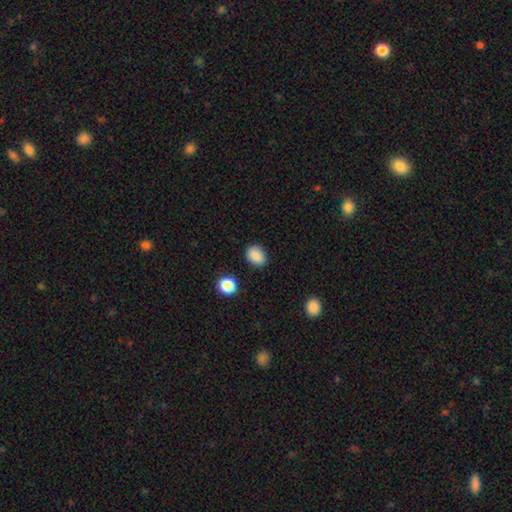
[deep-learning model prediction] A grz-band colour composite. It shows a smooth galaxy with no disk features (87%) that is in between round and cigar-shaped (58%). Merging: none (84%).